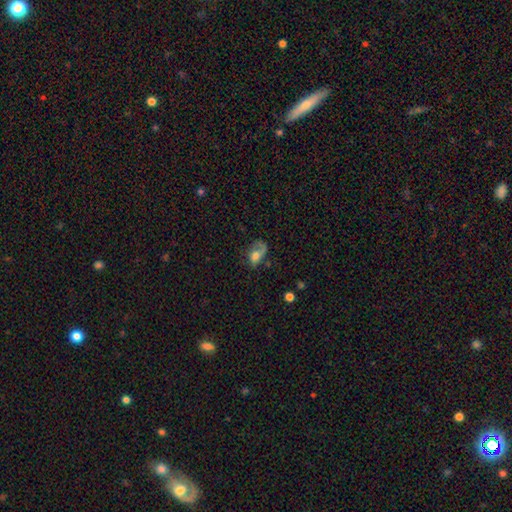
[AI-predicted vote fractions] Smooth or featured?
  - smooth: 53% *
  - featured or disk: 36%
  - star or artifact: 11%
How rounded?
  - in between: 82% *
  - round: 15%
  - cigar-shaped: 3%
Merging?
  - major disturbance: 42% *
  - none: 30%
  - minor disturbance: 22%
  - merger: 6%